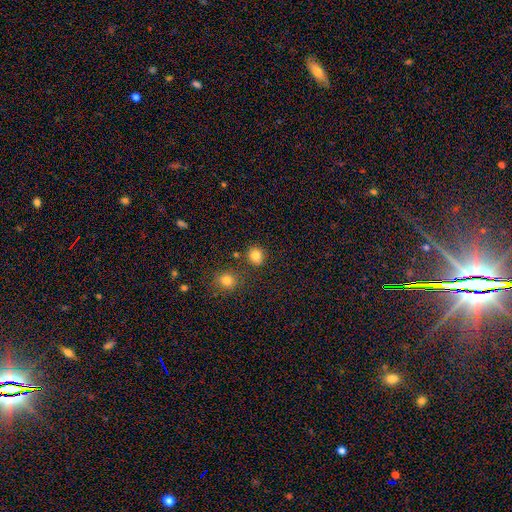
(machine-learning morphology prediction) Overall: smooth (83%). How rounded: round (78%). Merging: none (81%).